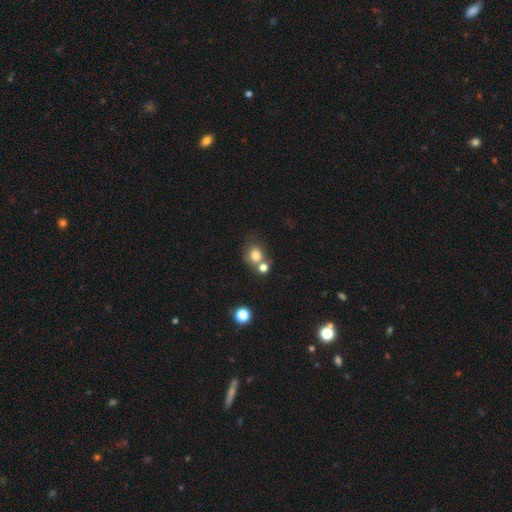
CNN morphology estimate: This appears to be a smooth galaxy with no disk features (79%) that is round (78%). Merging: none (54%).